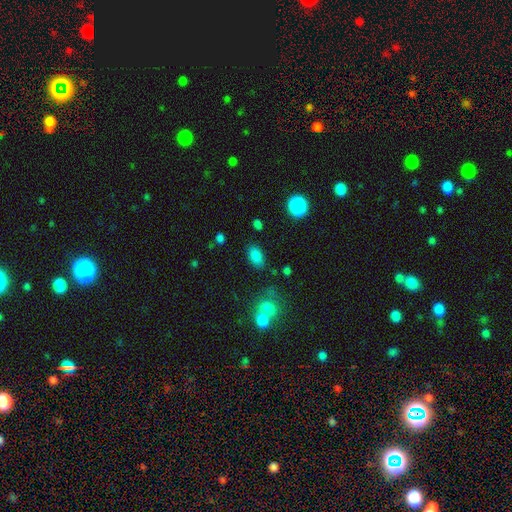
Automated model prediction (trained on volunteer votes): Q: Smooth or featured?
A: smooth (82%); runner-up: star or artifact (12%)
Q: How rounded?
A: in between (87%); runner-up: round (11%)
Q: Merging?
A: none (79%); runner-up: minor disturbance (11%)